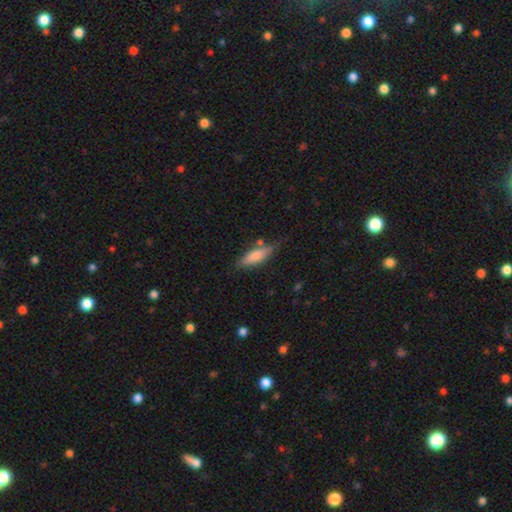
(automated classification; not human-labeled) Smooth or featured? Predicted: smooth (p=0.77). How rounded? Predicted: in between (p=0.54). Merging? Predicted: none (p=0.66).